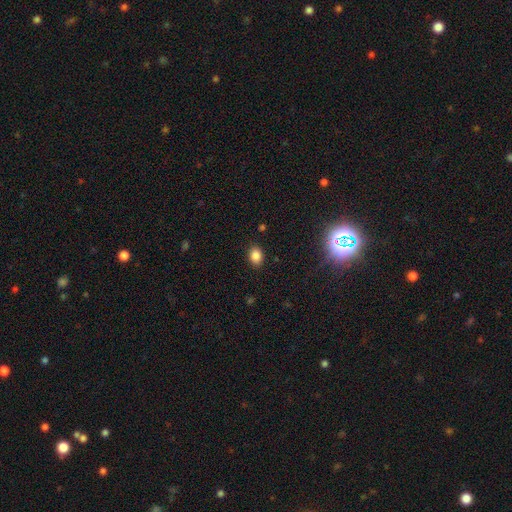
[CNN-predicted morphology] A smooth galaxy with no disk features (85%) that is in between round and cigar-shaped (63%). Merging: none (88%).